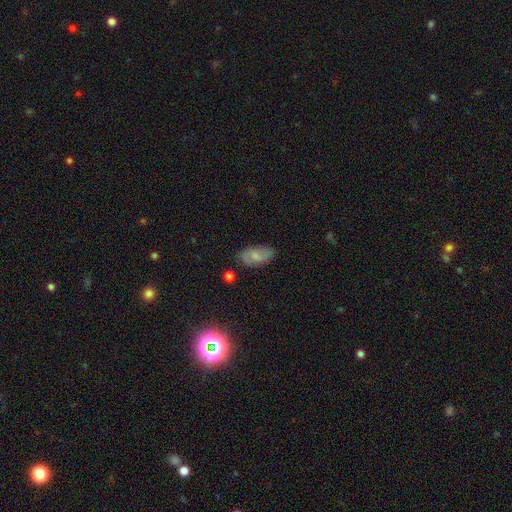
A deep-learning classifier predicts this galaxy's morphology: A smooth galaxy with no disk features (68%) that is in between round and cigar-shaped (92%). Merging: none (76%).